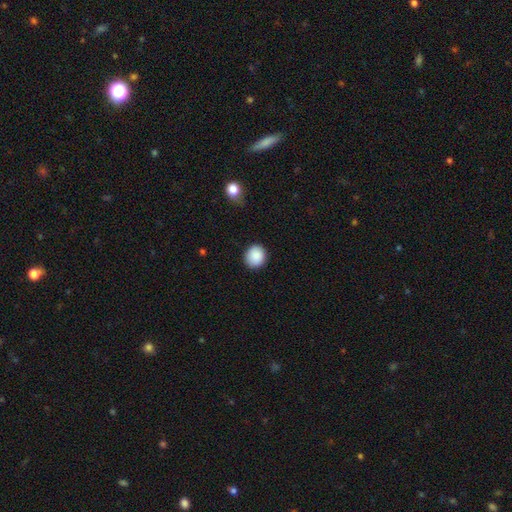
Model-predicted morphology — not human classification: This appears to be a smooth galaxy with no disk features (89%) that is round (83%). Merging: none (88%).